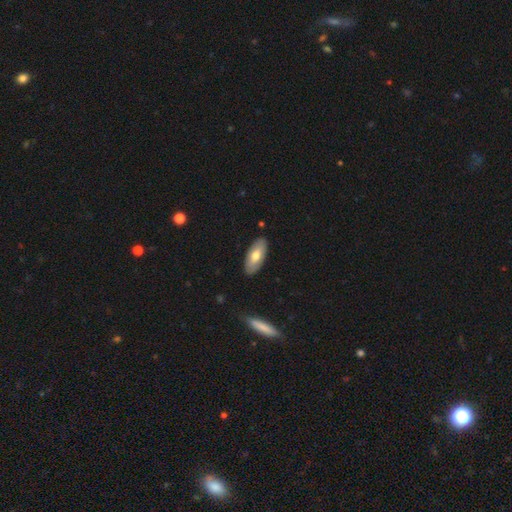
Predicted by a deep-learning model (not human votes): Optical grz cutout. It shows a smooth galaxy with no disk features (66%) that is in between round and cigar-shaped (87%). Merging: none (87%).